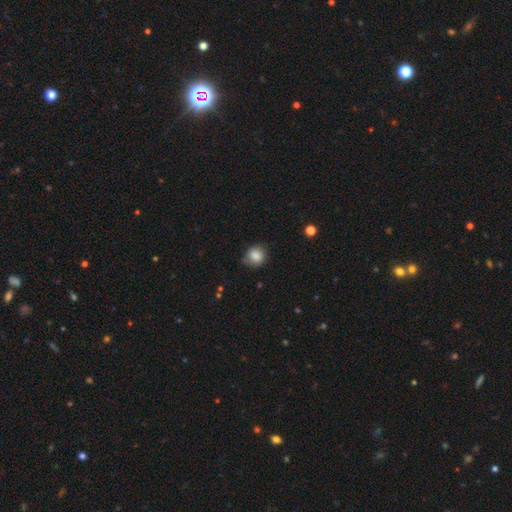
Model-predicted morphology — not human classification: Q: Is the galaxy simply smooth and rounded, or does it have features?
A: smooth — 84%.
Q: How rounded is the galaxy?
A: round — 74%.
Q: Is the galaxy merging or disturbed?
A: none — 73%.